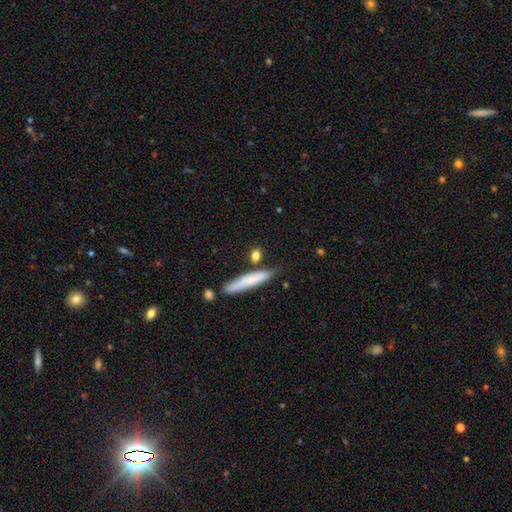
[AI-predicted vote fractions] Q: Smooth or featured?
A: smooth (78%); runner-up: featured or disk (15%)
Q: How rounded?
A: cigar-shaped (59%); runner-up: in between (25%)
Q: Merging?
A: none (71%); runner-up: minor disturbance (15%)